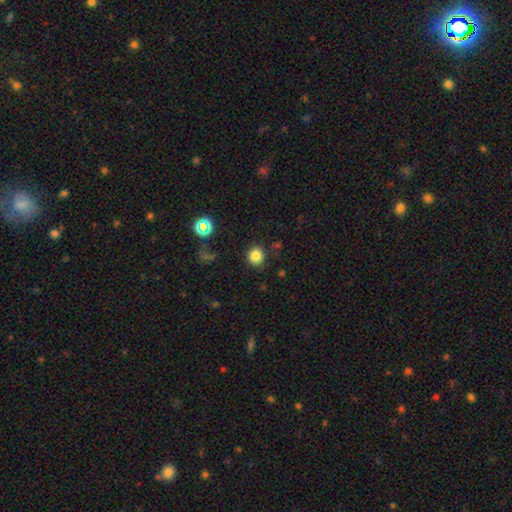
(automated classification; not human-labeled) This is clearly a smooth galaxy (81%). How rounded: clearly round (90%). Merging: clearly none (88%).